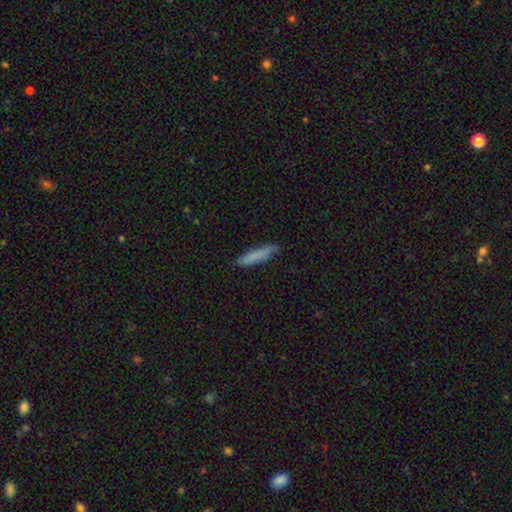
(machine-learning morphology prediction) Smooth or featured: smooth — 80% (featured or disk — 14%)
How rounded: cigar-shaped — 86% (in between — 13%)
Merging: none — 77% (minor disturbance — 18%)